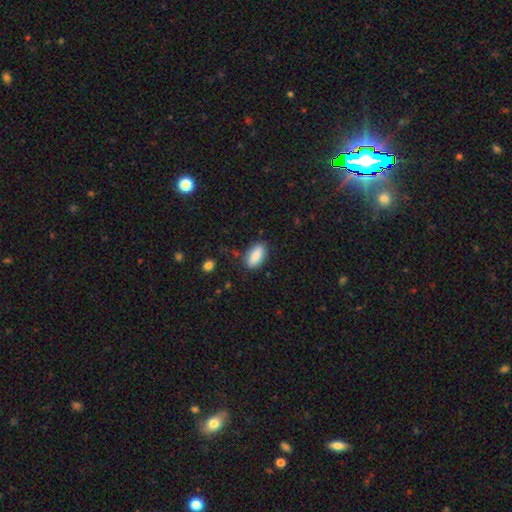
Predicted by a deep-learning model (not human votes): Smooth or featured? smooth (84%)
How rounded? in between (89%)
Merging? none (81%)